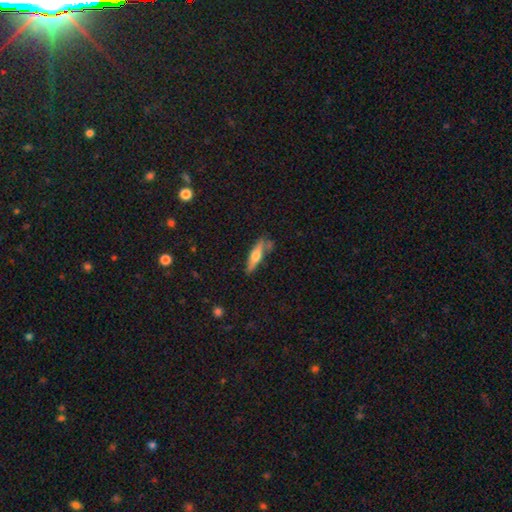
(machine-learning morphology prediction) Smooth or featured: smooth — 49% (featured or disk — 45%)
Merging: none — 73% (minor disturbance — 17%)